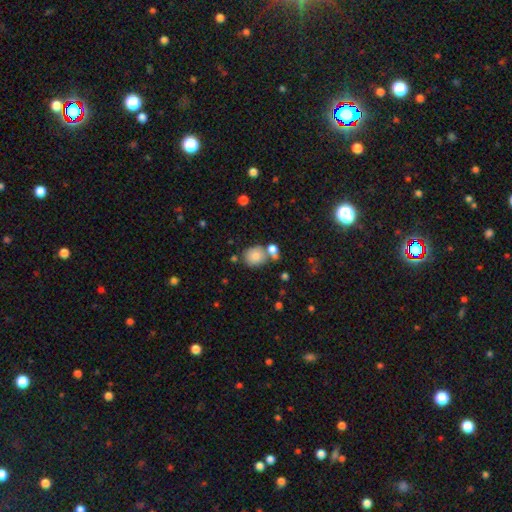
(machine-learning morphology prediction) A smooth galaxy with no disk features (83%) that is round (72%).

Vote fractions:
- Smooth or featured? smooth: 83% / featured or disk: 9% / star or artifact: 8%
- How rounded? round: 72% / in between: 26% / cigar-shaped: 1%
- Merging? none: 55% / merger: 27% / minor disturbance: 13% / major disturbance: 5%